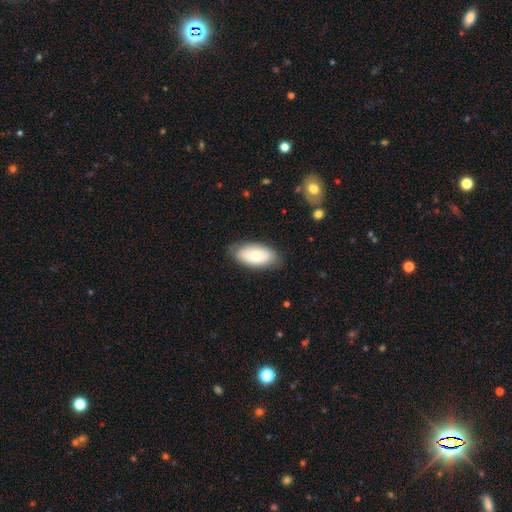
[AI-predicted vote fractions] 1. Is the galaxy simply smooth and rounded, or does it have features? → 68% smooth, 26% featured or disk, 6% star or artifact.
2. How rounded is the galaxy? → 94% in between, 3% cigar-shaped, 3% round.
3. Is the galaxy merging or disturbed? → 80% none, 16% minor disturbance, 3% major disturbance, 1% merger.